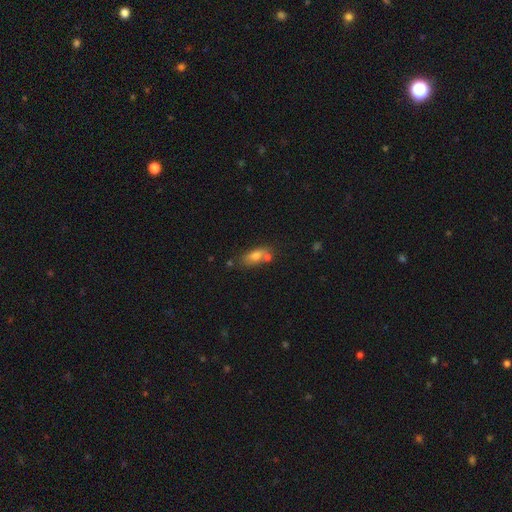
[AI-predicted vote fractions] The model was most divided on "merging": none: 55%, merger: 25%, minor disturbance: 15%, major disturbance: 5%. More confident: how rounded — in between (76%); smooth or featured — smooth (73%).